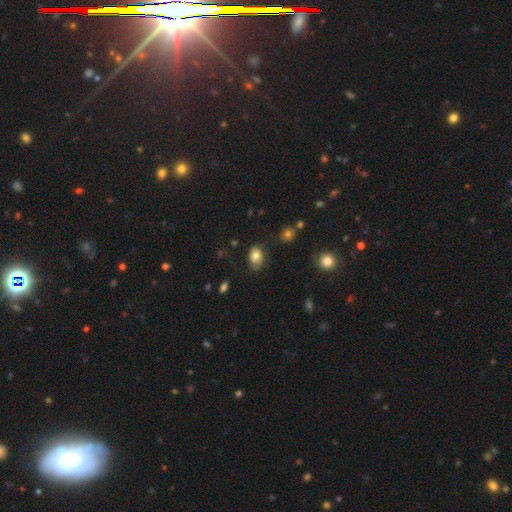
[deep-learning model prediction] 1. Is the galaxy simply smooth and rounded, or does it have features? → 77% smooth, 14% featured or disk, 9% star or artifact.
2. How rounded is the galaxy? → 83% in between, 16% round, 1% cigar-shaped.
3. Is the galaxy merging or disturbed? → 60% none, 28% minor disturbance, 10% major disturbance, 2% merger.